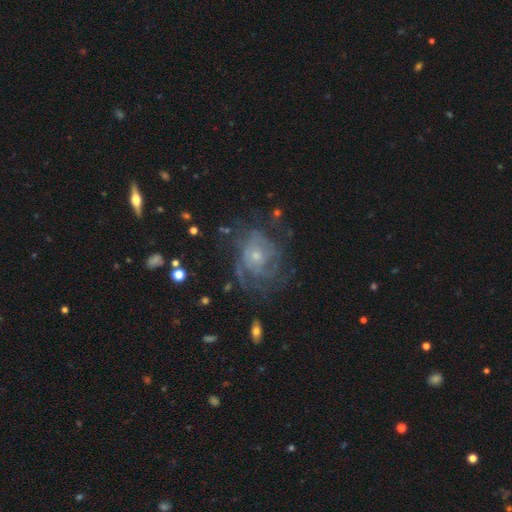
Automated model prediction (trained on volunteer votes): smooth-or-featured: featured or disk: 76% | smooth: 13% | star or artifact: 10%
  disk-edge-on: no: 97% | yes: 3%
    bar: no: 81% | weak: 16% | strong: 3%
    has-spiral-arms: yes: 84% | no: 16%
      spiral-winding: tight: 59% | medium: 30% | loose: 12%
      spiral-arm-count: can't tell: 51% | 3: 14% | 2: 12% | 4: 12% | more than 4: 7% | 1: 6%
    bulge-size: small: 64% | moderate: 31% | none: 2% | large: 2% | dominant: 1%
  merging: none: 60% | minor disturbance: 20% | major disturbance: 18% | merger: 2%